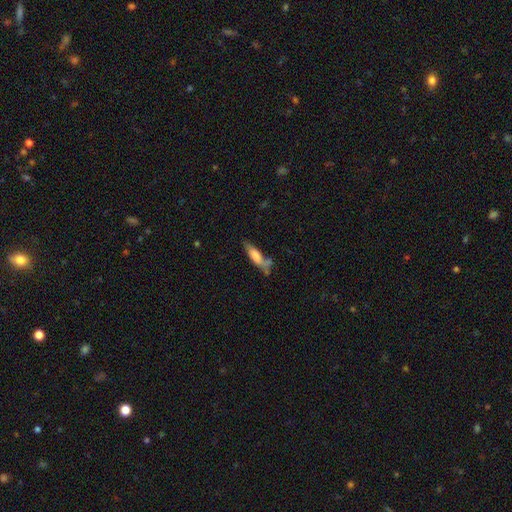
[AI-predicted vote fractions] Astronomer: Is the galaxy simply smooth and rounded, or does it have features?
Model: smooth — 67%.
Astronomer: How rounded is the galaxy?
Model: cigar-shaped — 57% (runner-up: in between, 41%).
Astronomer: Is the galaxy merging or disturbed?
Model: none — 41% (runner-up: minor disturbance, 26%).